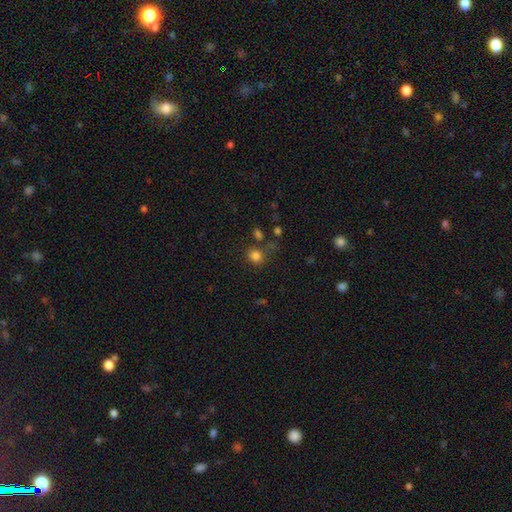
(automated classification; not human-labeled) Smooth or featured? Predicted: smooth (p=0.80). How rounded? Predicted: round (p=0.82). Merging? Predicted: none (p=0.69).